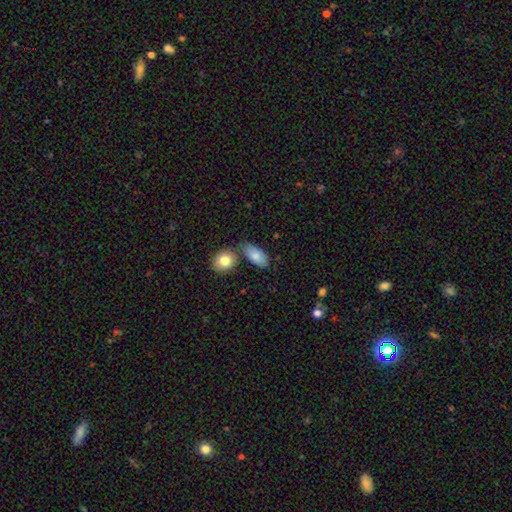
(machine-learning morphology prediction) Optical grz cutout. It shows a smooth galaxy with no disk features (82%) that is in between round and cigar-shaped (90%). Merging: none (59%).